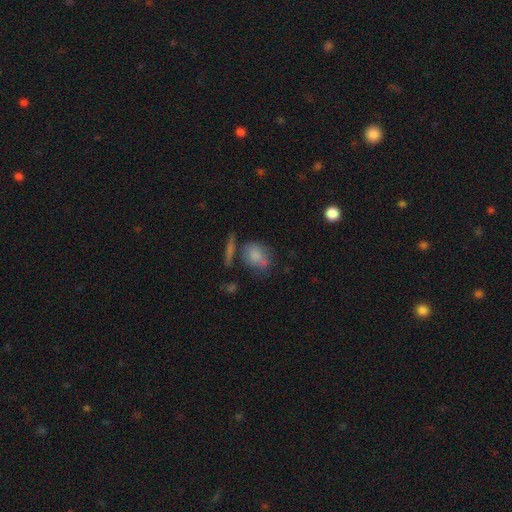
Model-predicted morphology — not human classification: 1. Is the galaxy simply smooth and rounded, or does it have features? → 75% smooth, 15% featured or disk, 9% star or artifact.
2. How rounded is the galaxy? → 58% in between, 39% round, 3% cigar-shaped.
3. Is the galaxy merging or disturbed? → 50% none, 21% minor disturbance, 19% merger, 10% major disturbance.